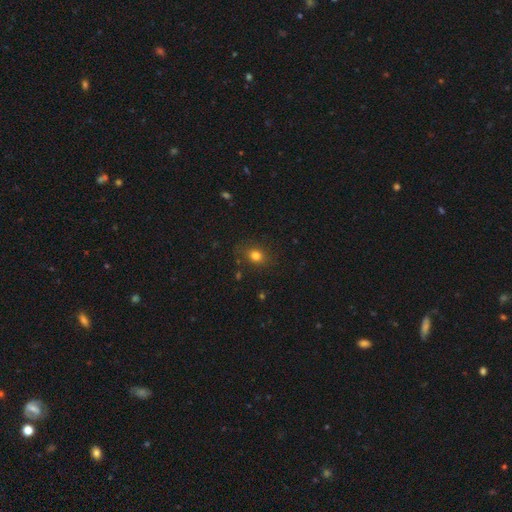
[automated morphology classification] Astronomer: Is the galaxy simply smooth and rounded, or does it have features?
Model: smooth — 79%.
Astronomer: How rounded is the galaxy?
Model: round — 53% (runner-up: in between, 45%).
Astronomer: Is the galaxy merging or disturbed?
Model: none — 81%.